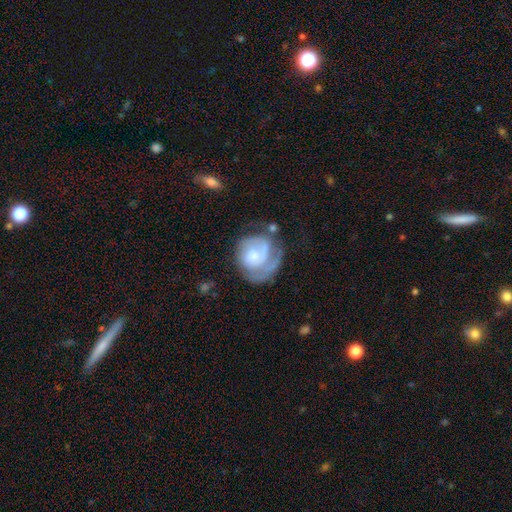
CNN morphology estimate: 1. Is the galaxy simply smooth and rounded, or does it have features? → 66% featured or disk, 28% smooth, 7% star or artifact.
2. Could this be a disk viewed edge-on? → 98% no, 2% yes.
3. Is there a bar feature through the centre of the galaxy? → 72% no, 24% weak, 4% strong.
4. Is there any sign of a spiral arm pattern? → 83% yes, 17% no.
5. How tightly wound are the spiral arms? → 52% tight, 32% medium, 16% loose.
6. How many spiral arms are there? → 43% 1, 25% 2, 21% can't tell, 7% 3, 2% 4, 2% more than 4.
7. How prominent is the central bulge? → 44% small, 31% moderate, 13% none, 9% large, 2% dominant.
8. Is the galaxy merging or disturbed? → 45% none, 27% major disturbance, 22% minor disturbance, 6% merger.